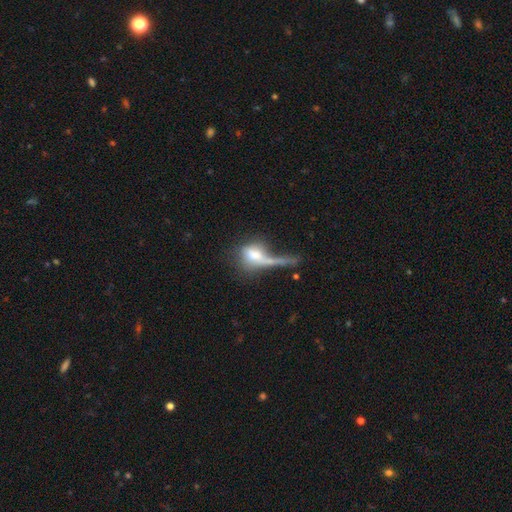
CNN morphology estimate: Smooth or featured?
  - smooth: 54% *
  - featured or disk: 35%
  - star or artifact: 11%
How rounded?
  - in between: 57% *
  - round: 29%
  - cigar-shaped: 14%
Merging?
  - major disturbance: 43% *
  - merger: 24%
  - none: 20%
  - minor disturbance: 13%